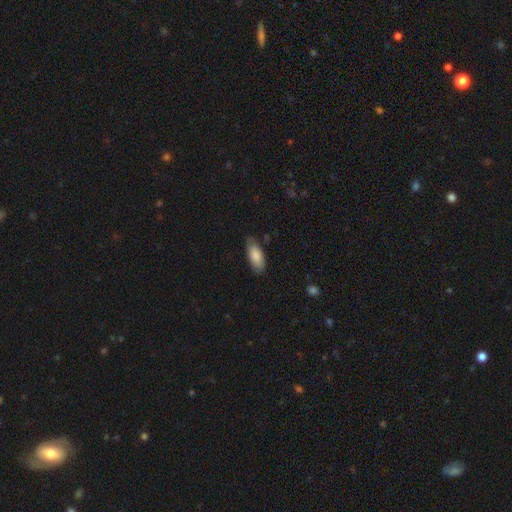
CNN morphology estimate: smooth 85%, featured or disk 9%, star or artifact 6%. Down the decision tree: how rounded — in between (86%); merging — none (75%).